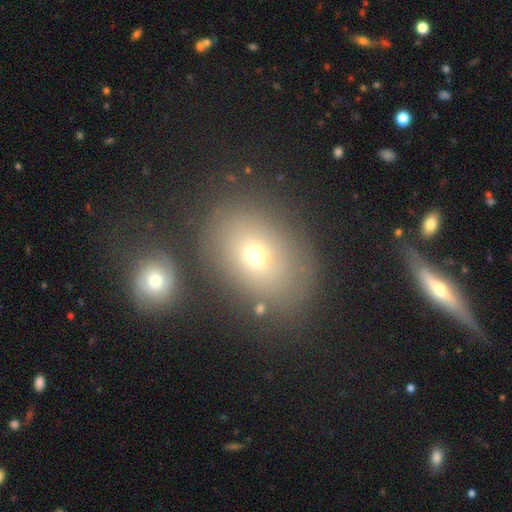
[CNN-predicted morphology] Overall: smooth (67%). How rounded: in between (60%; round 38%). Merging: none (74%).